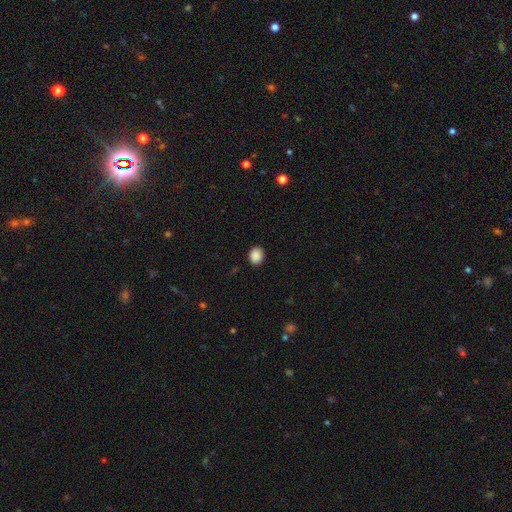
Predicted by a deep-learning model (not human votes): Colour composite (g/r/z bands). It shows a smooth galaxy with no disk features (89%) that is round (66%). Merging: none (90%).